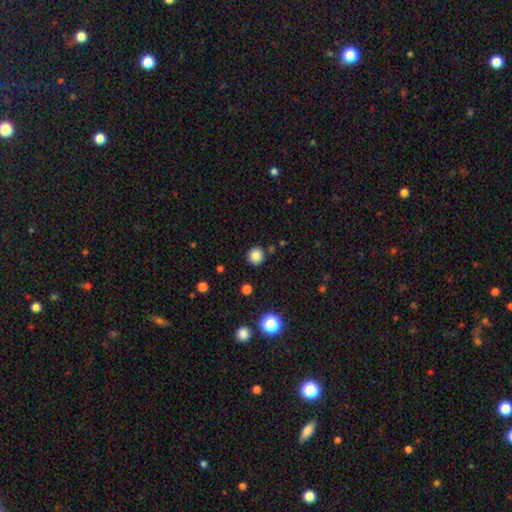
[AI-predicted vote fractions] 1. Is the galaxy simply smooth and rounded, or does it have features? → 83% smooth, 12% star or artifact, 5% featured or disk.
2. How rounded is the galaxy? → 92% round, 7% in between, 1% cigar-shaped.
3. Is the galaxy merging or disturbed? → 88% none, 7% minor disturbance, 3% merger, 2% major disturbance.